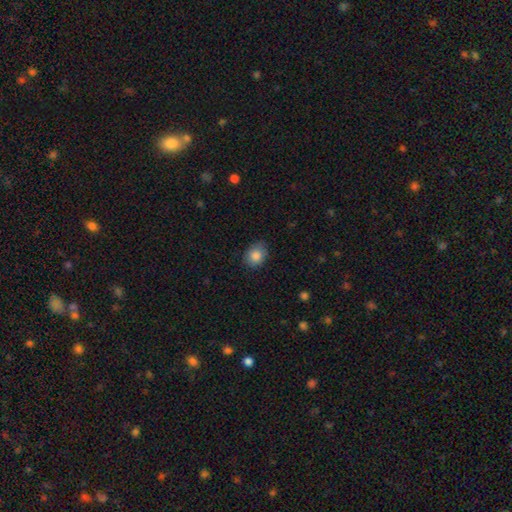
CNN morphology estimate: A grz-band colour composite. It shows a smooth galaxy with no disk features (85%) that is in between round and cigar-shaped (51%). Merging: none (77%).